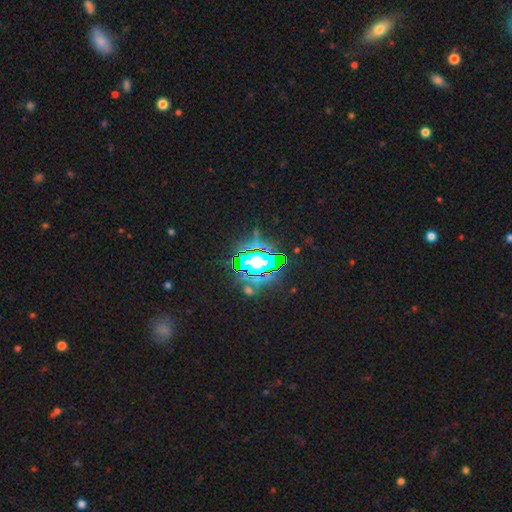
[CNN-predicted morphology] type=star or artifact (79%).